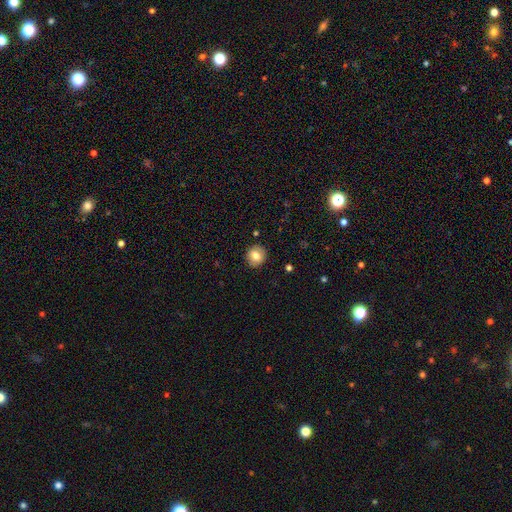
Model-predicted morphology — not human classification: Smooth or featured?
  - smooth: 79% *
  - featured or disk: 12%
  - star or artifact: 9%
How rounded?
  - round: 88% *
  - in between: 11%
  - cigar-shaped: 1%
Merging?
  - none: 90% *
  - minor disturbance: 7%
  - major disturbance: 2%
  - merger: 1%